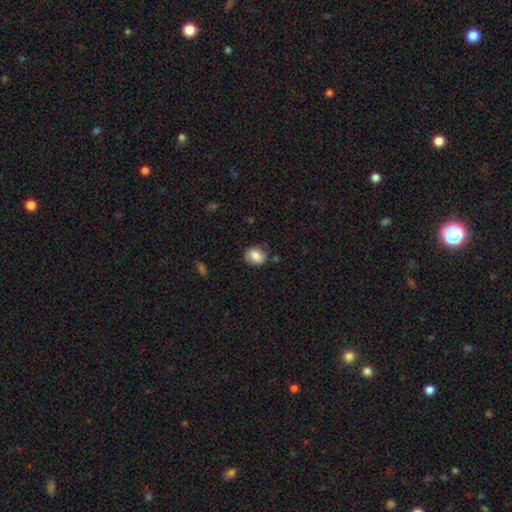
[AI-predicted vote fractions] smooth-or-featured: smooth: 82% | featured or disk: 10% | star or artifact: 8%
  how-rounded: round: 50% | in between: 49% | cigar-shaped: 1%
  merging: none: 79% | minor disturbance: 16% | major disturbance: 4% | merger: 2%